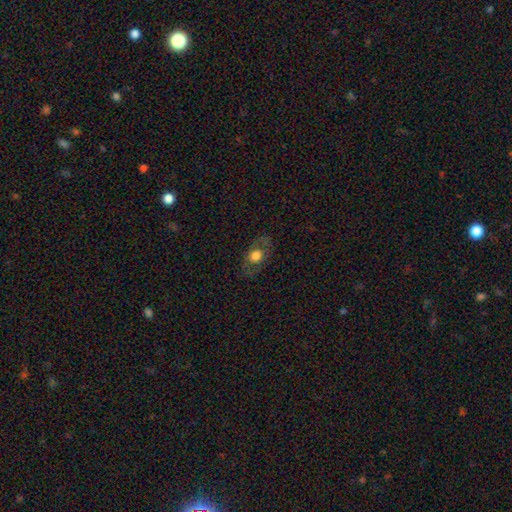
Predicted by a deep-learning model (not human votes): smooth 57%, featured or disk 34%, star or artifact 10%. Down the decision tree: how rounded — in between (69%); merging — none (79%).